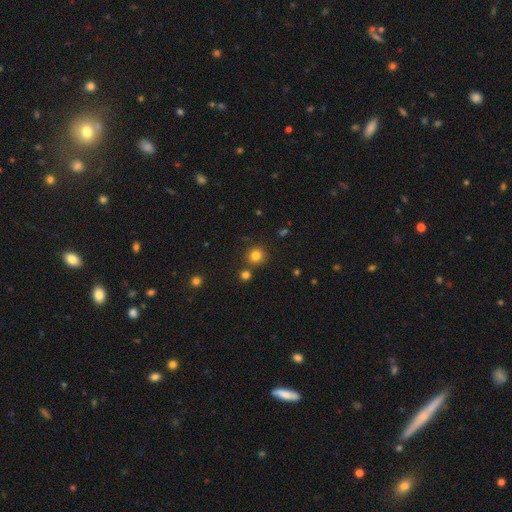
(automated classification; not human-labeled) This is likely a smooth galaxy (79%). How rounded: clearly round (92%). Merging: likely none (80%).